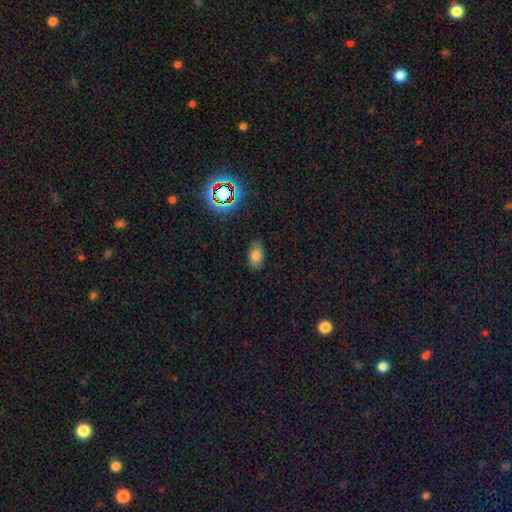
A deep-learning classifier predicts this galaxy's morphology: smooth_or_featured: smooth (p=0.75) [alt: star or artifact p=0.14]
how_rounded: in between (p=0.91) [alt: round p=0.07]
merging: none (p=0.85) [alt: minor disturbance p=0.11]